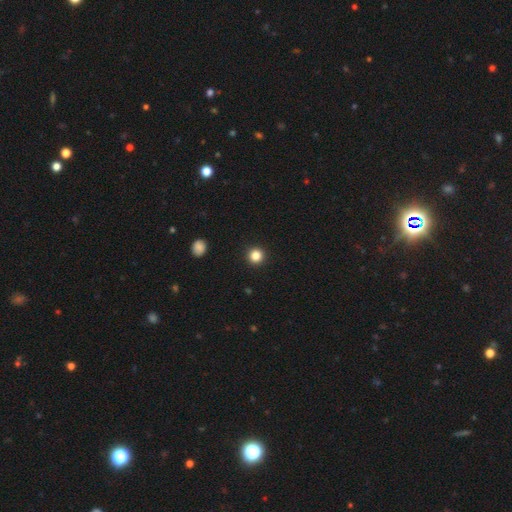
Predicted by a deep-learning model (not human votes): smooth 84%, star or artifact 12%, featured or disk 4%. Down the decision tree: how rounded — round (95%); merging — none (93%).